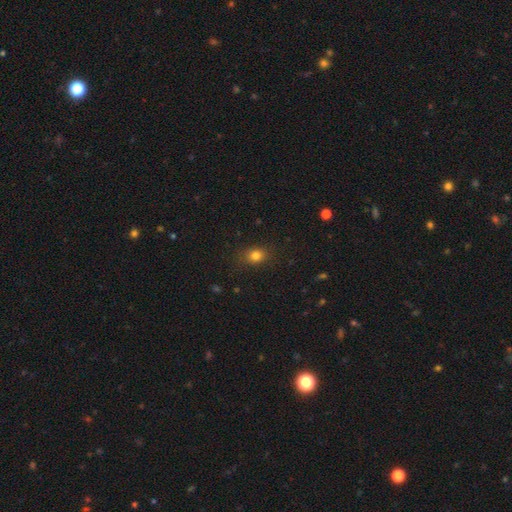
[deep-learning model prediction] Smooth or featured? Predicted: smooth (p=0.80). How rounded? Predicted: in between (p=0.50). Merging? Predicted: none (p=0.83).